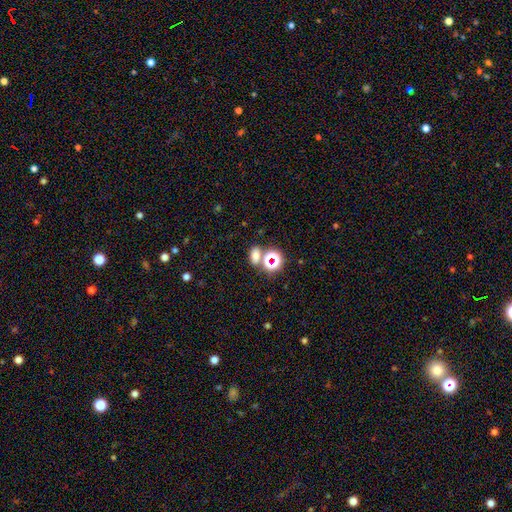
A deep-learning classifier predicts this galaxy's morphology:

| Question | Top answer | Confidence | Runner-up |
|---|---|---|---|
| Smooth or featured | smooth | 62% | star or artifact (29%) |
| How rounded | in between | 69% | round (28%) |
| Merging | none | 63% | merger (23%) |